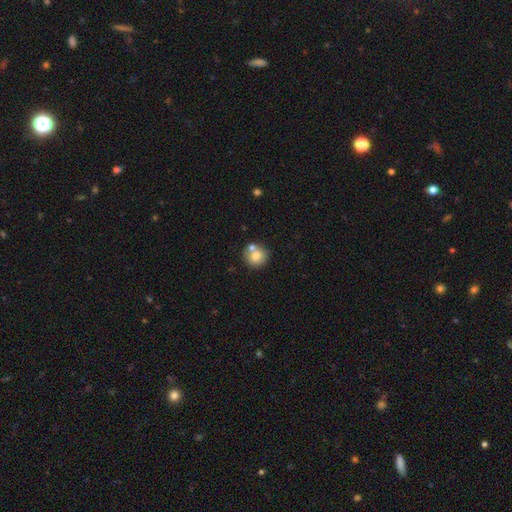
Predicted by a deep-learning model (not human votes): Overall: smooth (77%). How rounded: round (89%). Merging: none (63%; merger 24%).